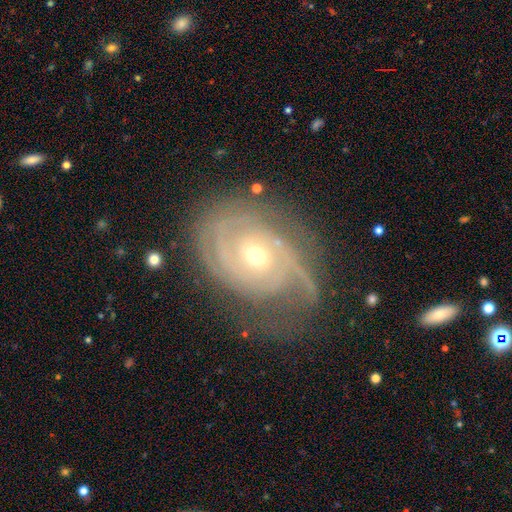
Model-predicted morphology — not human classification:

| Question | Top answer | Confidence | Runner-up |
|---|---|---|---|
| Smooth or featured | featured or disk | 89% | star or artifact (6%) |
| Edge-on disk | no | 97% | yes (3%) |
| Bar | no | 70% | weak (23%) |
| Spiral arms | yes | 97% | no (3%) |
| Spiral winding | tight | 70% | medium (24%) |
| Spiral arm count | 2 | 37% | 3 (24%) |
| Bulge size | moderate | 51% | small (46%) |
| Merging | none | 70% | minor disturbance (20%) |